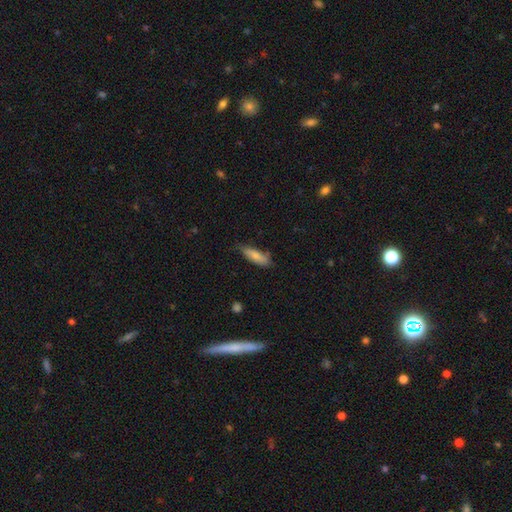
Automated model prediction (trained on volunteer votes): smooth_or_featured: smooth (p=0.79) [alt: featured or disk p=0.15]
how_rounded: in between (p=0.54) [alt: cigar-shaped p=0.44]
merging: none (p=0.63) [alt: minor disturbance p=0.29]